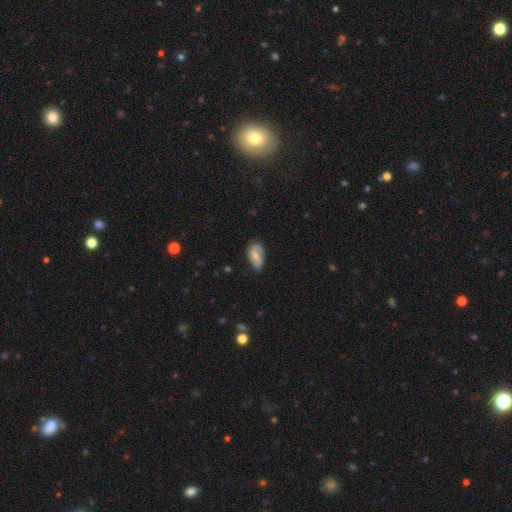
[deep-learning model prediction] A featured or disk galaxy (48%). Merging: none (63%).